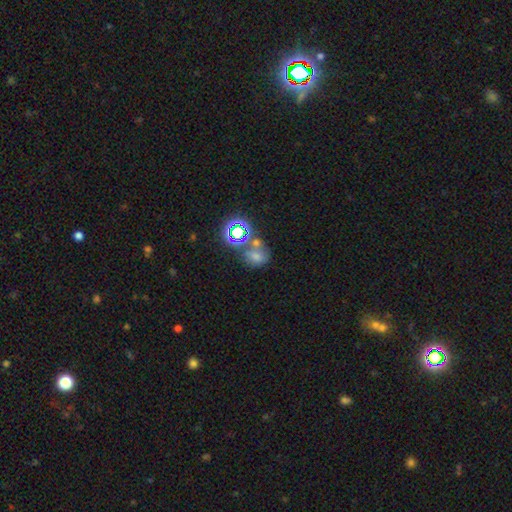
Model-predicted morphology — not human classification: Smooth or featured? smooth (54%)
How rounded? round (52%)
Merging? merger (39%)